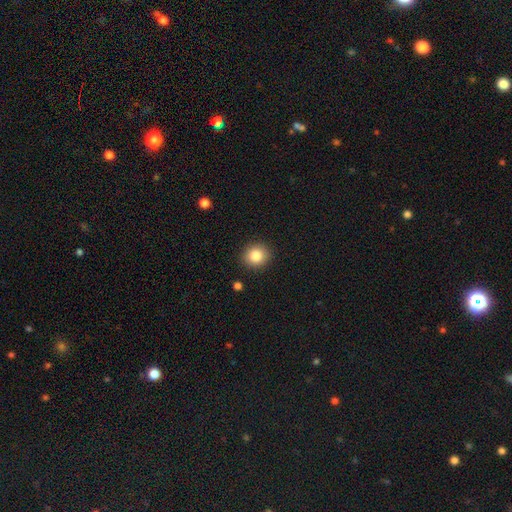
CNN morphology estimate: A smooth galaxy with no disk features (84%) that is round (80%).

Vote fractions:
- Smooth or featured? smooth: 84% / star or artifact: 9% / featured or disk: 6%
- How rounded? round: 80% / in between: 19% / cigar-shaped: 1%
- Merging? none: 90% / minor disturbance: 7% / major disturbance: 2% / merger: 1%